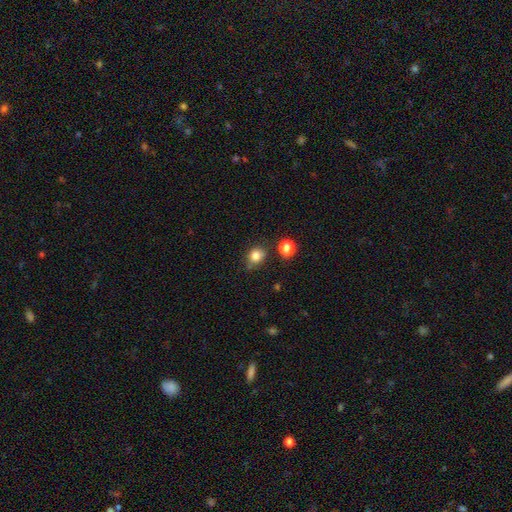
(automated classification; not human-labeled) The model was most divided on "how rounded": round: 65%, in between: 34%, cigar-shaped: 1%. More confident: smooth or featured — smooth (81%); merging — none (63%).